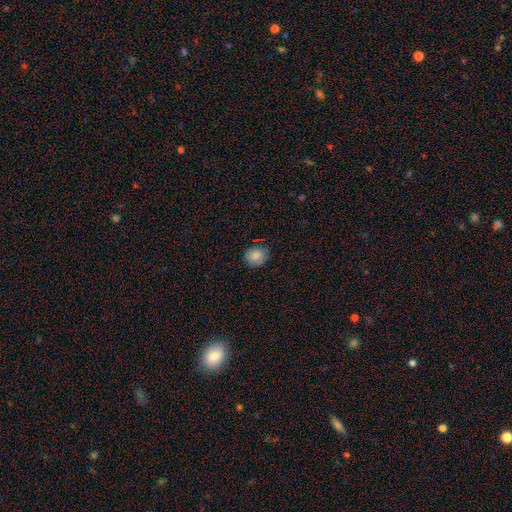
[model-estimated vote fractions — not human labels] This appears to be a smooth galaxy with no disk features (83%) that is round (63%). Merging: none (77%).